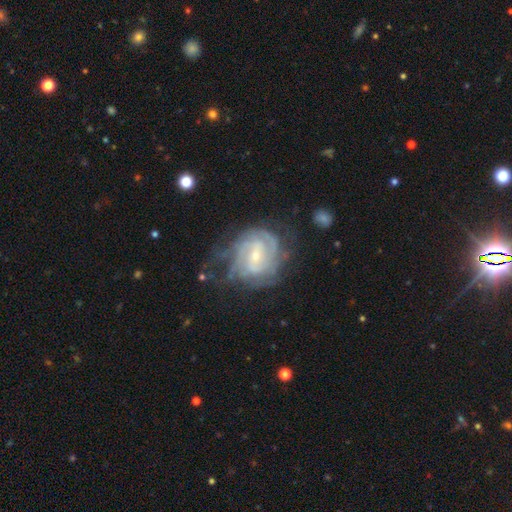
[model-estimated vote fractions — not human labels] This is clearly a featured or disk galaxy (83%). It is clearly not viewed edge-on (97%). Bar: possibly weak (51%). Spiral arm pattern: clearly yes (93%). Spiral arm count: marginally can't tell (37%). Spiral winding: likely tight (61%). Central bulge: likely small (66%). Merging: possibly none (54%).